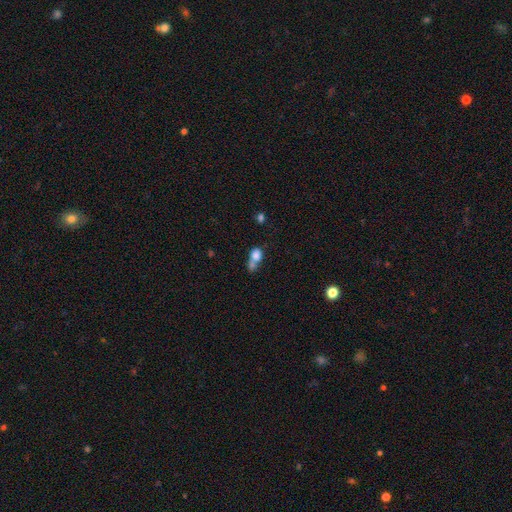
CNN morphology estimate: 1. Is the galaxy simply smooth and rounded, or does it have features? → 77% smooth, 13% featured or disk, 10% star or artifact.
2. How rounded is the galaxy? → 60% in between, 37% round, 3% cigar-shaped.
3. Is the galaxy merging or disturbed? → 59% merger, 23% none, 10% minor disturbance, 9% major disturbance.